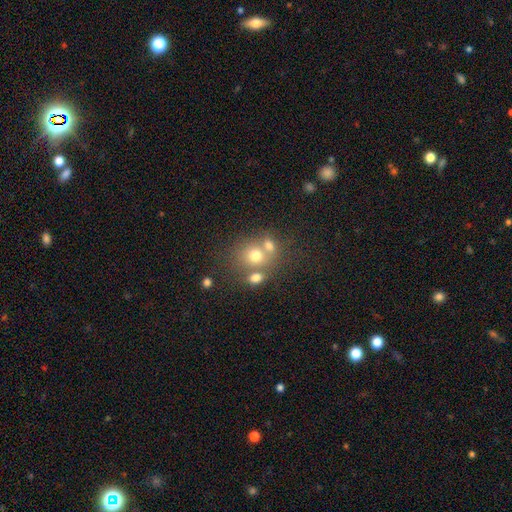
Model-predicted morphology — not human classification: smooth-or-featured: smooth: 70% | featured or disk: 16% | star or artifact: 14%
  how-rounded: round: 71% | in between: 28% | cigar-shaped: 1%
  merging: merger: 46% | none: 40% | minor disturbance: 9% | major disturbance: 5%